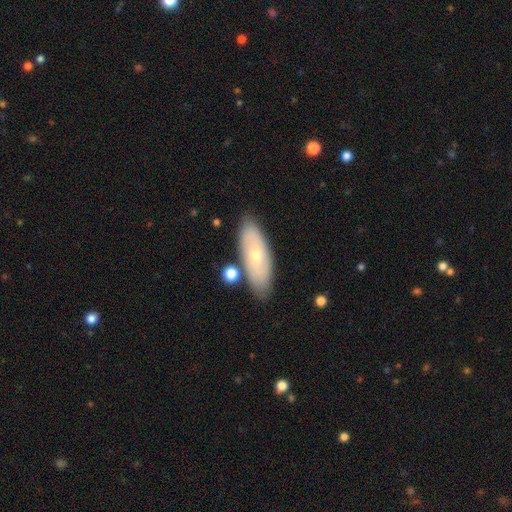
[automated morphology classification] Q: Smooth or featured?
A: smooth (55%); runner-up: featured or disk (39%)
Q: How rounded?
A: in between (71%); runner-up: cigar-shaped (26%)
Q: Merging?
A: none (79%); runner-up: minor disturbance (13%)